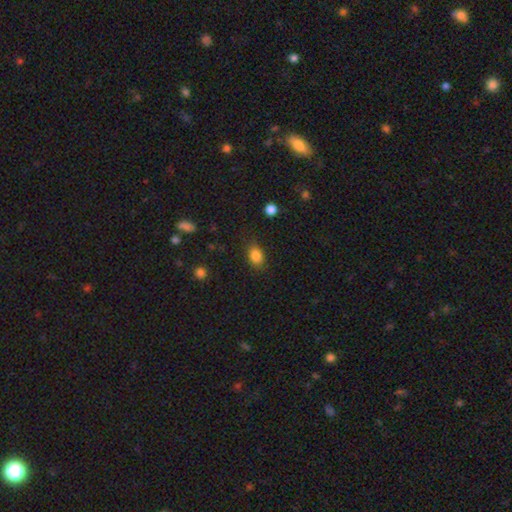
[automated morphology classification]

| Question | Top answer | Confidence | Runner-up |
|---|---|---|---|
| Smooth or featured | smooth | 84% | star or artifact (10%) |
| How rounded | in between | 73% | round (25%) |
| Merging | none | 80% | minor disturbance (15%) |